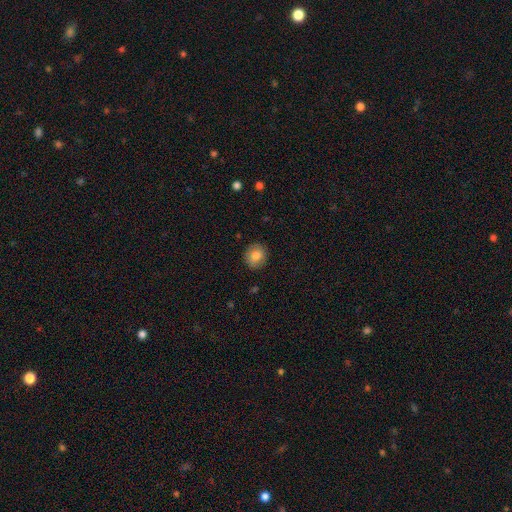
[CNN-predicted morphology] The model was most divided on "how rounded": round: 79%, in between: 20%, cigar-shaped: 1%. More confident: merging — none (89%); smooth or featured — smooth (81%).